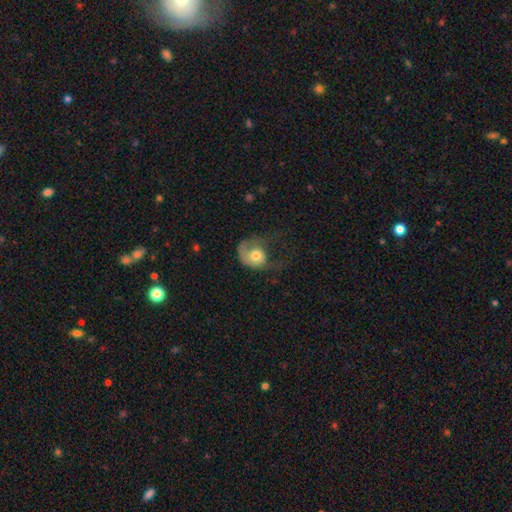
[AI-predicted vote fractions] A smooth galaxy with no disk features (58%) that is round (59%).

Vote fractions:
- Smooth or featured? smooth: 58% / featured or disk: 35% / star or artifact: 7%
- How rounded? round: 59% / in between: 40% / cigar-shaped: 1%
- Merging? major disturbance: 55% / none: 22% / minor disturbance: 21% / merger: 3%